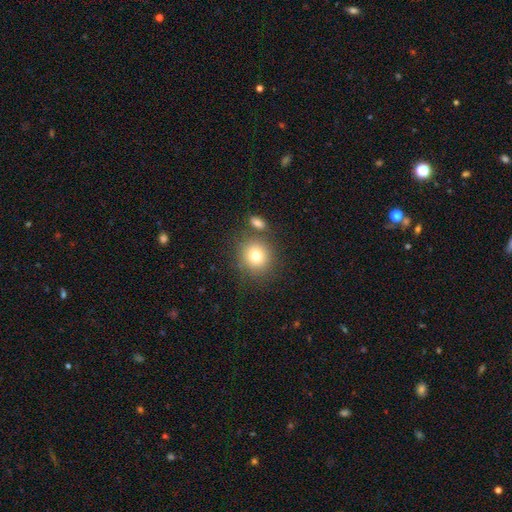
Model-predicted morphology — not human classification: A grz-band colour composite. It shows a smooth galaxy with no disk features (78%) that is round (84%). Merging: none (73%).